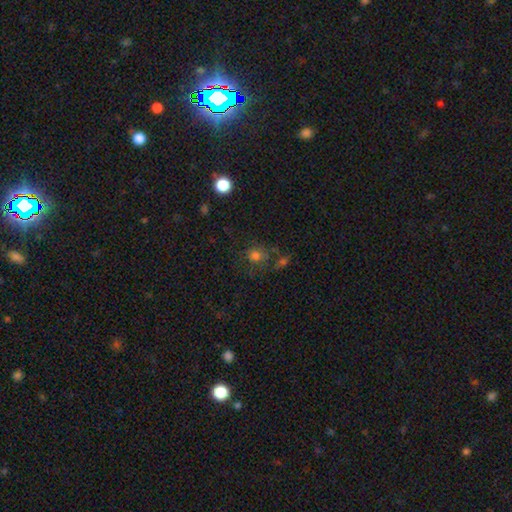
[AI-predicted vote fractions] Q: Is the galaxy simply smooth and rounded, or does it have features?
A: smooth — 68%.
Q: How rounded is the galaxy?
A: round — 83%.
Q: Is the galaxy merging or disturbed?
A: none — 57%.